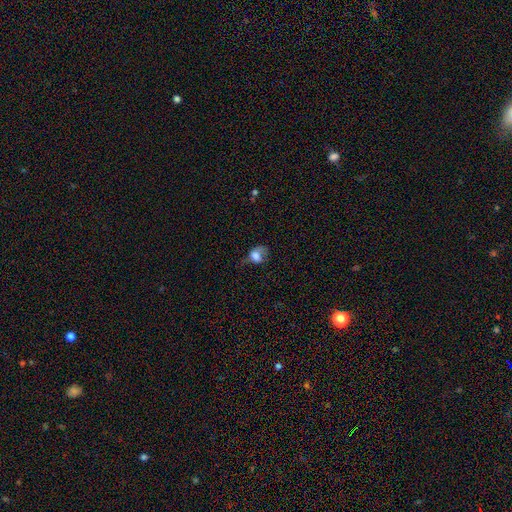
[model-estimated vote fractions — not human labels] A smooth galaxy with no disk features (71%) that is in between round and cigar-shaped (58%). Merging: major disturbance (40%).